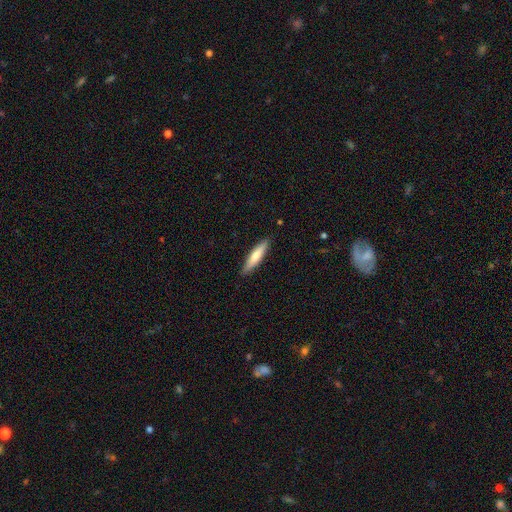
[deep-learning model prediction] smooth_or_featured: smooth (p=0.66) [alt: featured or disk p=0.29]
how_rounded: cigar-shaped (p=0.83) [alt: in between p=0.16]
merging: none (p=0.89) [alt: minor disturbance p=0.08]